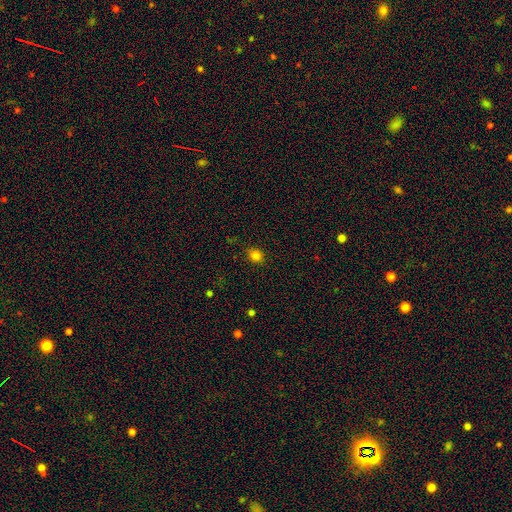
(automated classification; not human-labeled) smooth 81%, star or artifact 14%, featured or disk 5%. Down the decision tree: how rounded — round (64%); merging — none (86%).